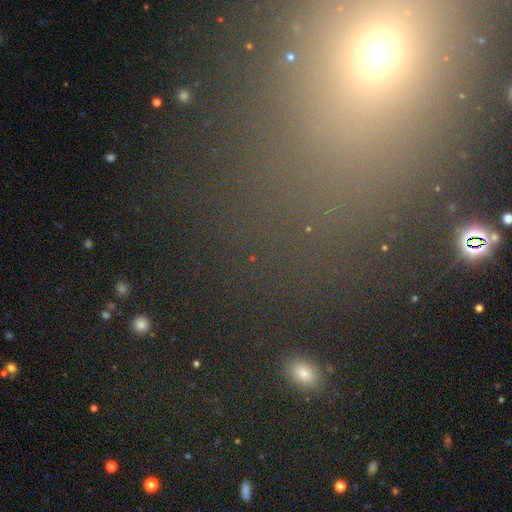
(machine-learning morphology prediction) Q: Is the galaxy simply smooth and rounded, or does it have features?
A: star or artifact — 52%.